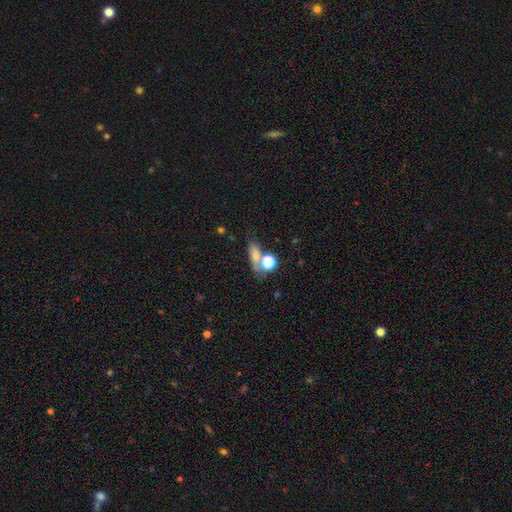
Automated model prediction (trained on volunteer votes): Morphology: type=smooth (67%); roundness=in between (54%); merging=none (50%).